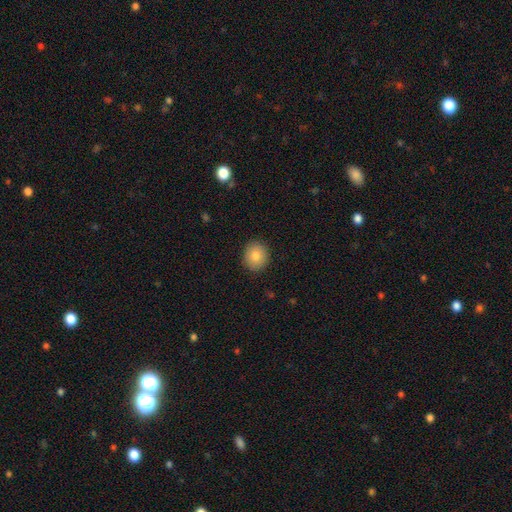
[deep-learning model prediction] smooth-or-featured: smooth: 84% | star or artifact: 9% | featured or disk: 8%
  how-rounded: round: 79% | in between: 20% | cigar-shaped: 1%
  merging: none: 90% | minor disturbance: 7% | major disturbance: 2% | merger: 1%